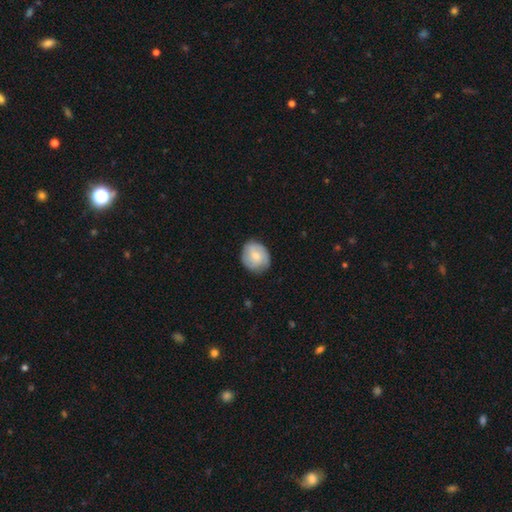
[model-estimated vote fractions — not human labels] A smooth galaxy with no disk features (56%) that is round (73%). Merging: none (80%).